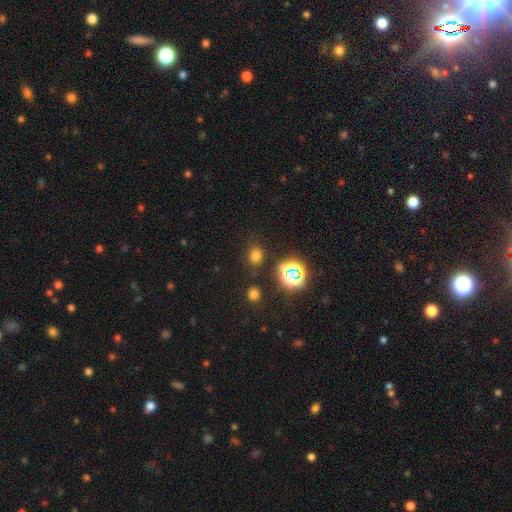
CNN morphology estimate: Overall: smooth (67%; star or artifact 27%). How rounded: round (51%; in between 48%). Merging: none (79%).